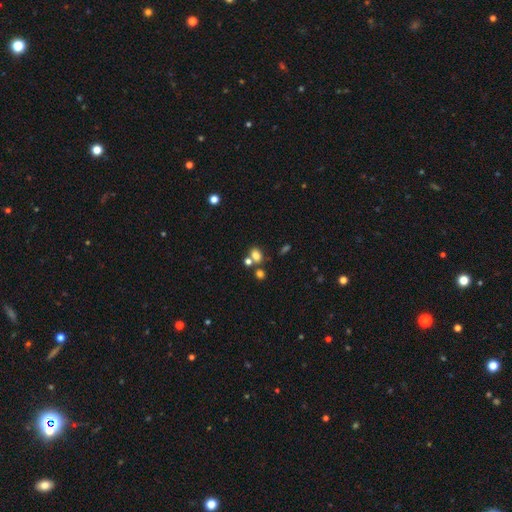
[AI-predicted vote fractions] The model was most divided on "merging": none: 52%, merger: 32%, minor disturbance: 12%, major disturbance: 5%. More confident: smooth or featured — smooth (75%); how rounded — in between (70%).